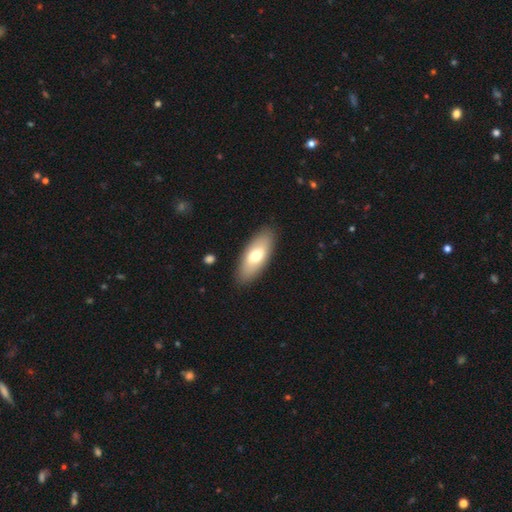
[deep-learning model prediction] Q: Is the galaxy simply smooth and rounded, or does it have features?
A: smooth — 69%.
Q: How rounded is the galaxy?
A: in between — 82%.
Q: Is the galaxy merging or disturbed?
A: none — 88%.